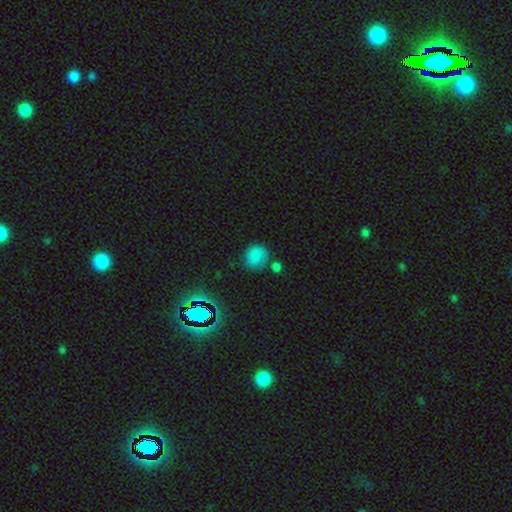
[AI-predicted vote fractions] smooth-or-featured: smooth: 78% | star or artifact: 14% | featured or disk: 8%
  how-rounded: round: 69% | in between: 30% | cigar-shaped: 1%
  merging: none: 62% | minor disturbance: 21% | merger: 10% | major disturbance: 7%